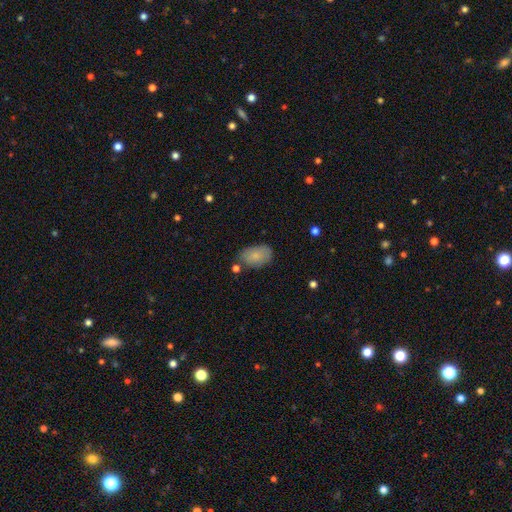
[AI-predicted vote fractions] A smooth galaxy with no disk features (83%) that is in between round and cigar-shaped (91%). Merging: none (70%).